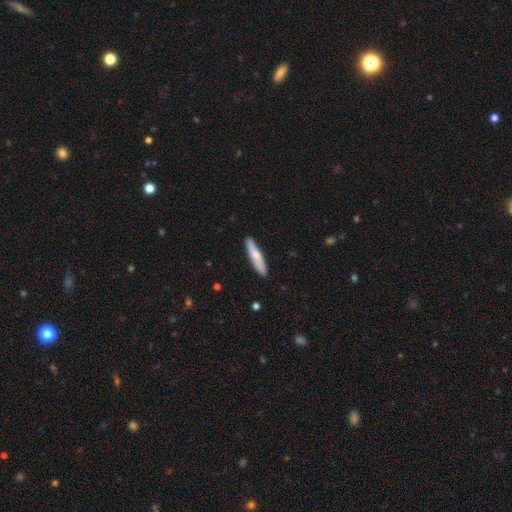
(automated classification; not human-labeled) Smooth or featured? Predicted: smooth (p=0.69). How rounded? Predicted: cigar-shaped (p=0.88). Merging? Predicted: none (p=0.87).